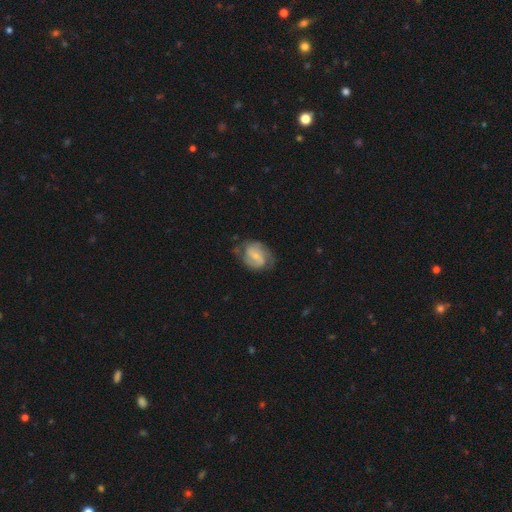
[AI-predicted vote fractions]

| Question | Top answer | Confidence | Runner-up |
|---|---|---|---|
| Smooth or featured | featured or disk | 67% | smooth (27%) |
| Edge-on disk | no | 97% | yes (3%) |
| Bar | weak | 50% | strong (27%) |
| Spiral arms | yes | 87% | no (13%) |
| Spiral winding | medium | 47% | tight (31%) |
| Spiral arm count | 2 | 78% | can't tell (13%) |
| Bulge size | small | 53% | moderate (24%) |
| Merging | none | 63% | minor disturbance (24%) |